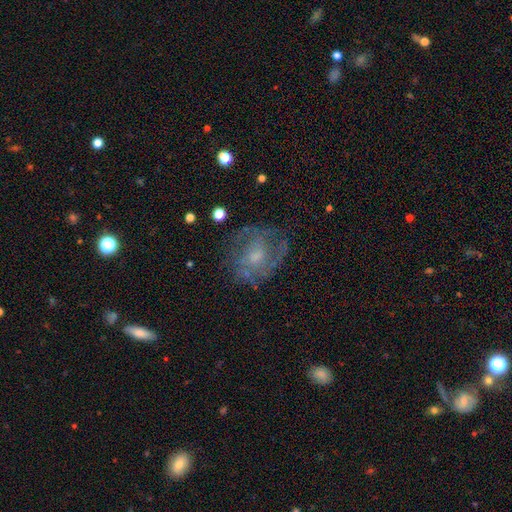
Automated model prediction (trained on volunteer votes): Smooth or featured? Predicted: featured or disk (p=0.62). Edge-on disk? Predicted: no (p=0.97). Bar? Predicted: no (p=0.69). Spiral arms? Predicted: yes (p=0.58). Bulge size? Predicted: small (p=0.41). Merging? Predicted: none (p=0.62).